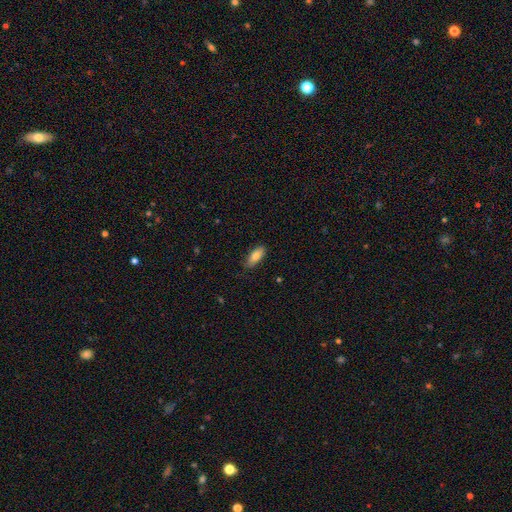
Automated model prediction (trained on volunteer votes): Smooth or featured? Predicted: smooth (p=0.81). How rounded? Predicted: in between (p=0.82). Merging? Predicted: none (p=0.81).